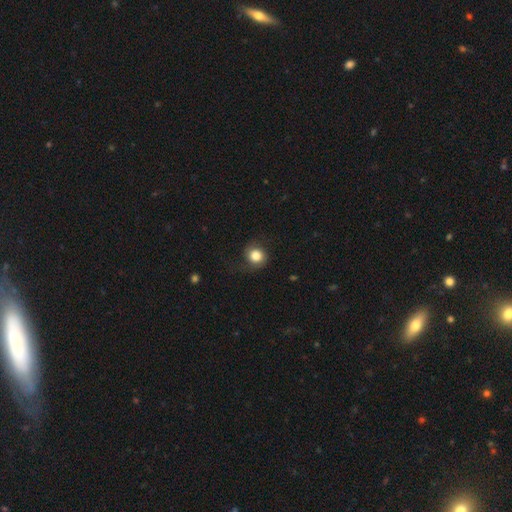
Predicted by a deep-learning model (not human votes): Overall: smooth (79%). How rounded: round (84%). Merging: none (71%).